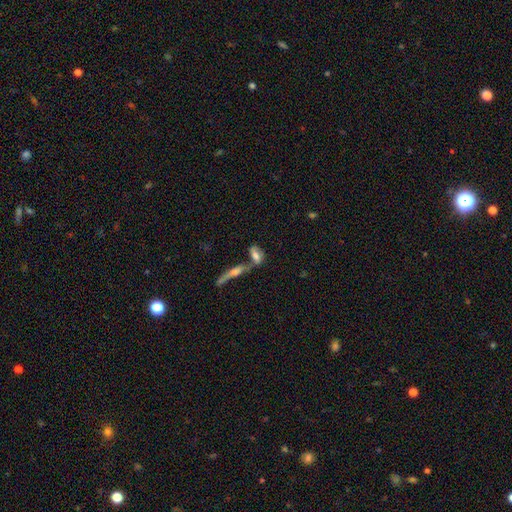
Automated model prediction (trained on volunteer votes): Morphology: type=smooth (53%); roundness=in between (65%); merging=merger (43%).